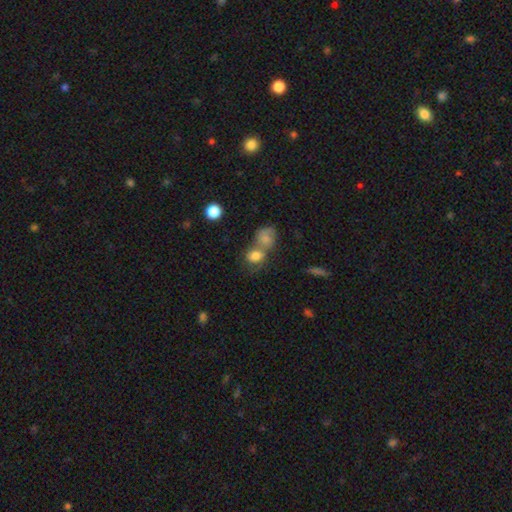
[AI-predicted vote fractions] smooth-or-featured: smooth: 74% | featured or disk: 15% | star or artifact: 11%
  how-rounded: in between: 52% | round: 46% | cigar-shaped: 2%
  merging: merger: 54% | none: 29% | minor disturbance: 10% | major disturbance: 7%